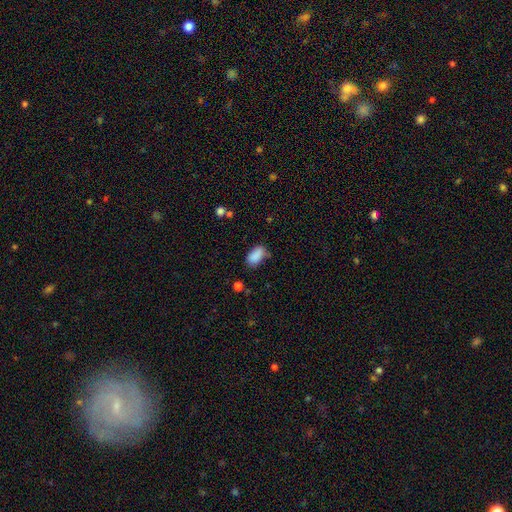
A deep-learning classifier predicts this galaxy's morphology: smooth-or-featured: smooth: 87% | star or artifact: 8% | featured or disk: 5%
  how-rounded: in between: 92% | round: 5% | cigar-shaped: 3%
  merging: none: 65% | minor disturbance: 25% | major disturbance: 6% | merger: 4%